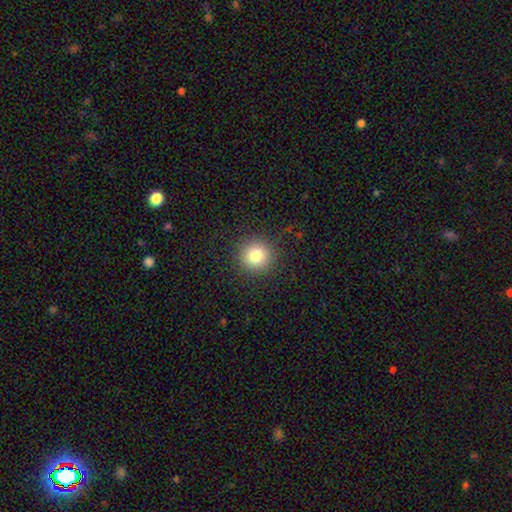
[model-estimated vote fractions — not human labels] This is clearly a smooth galaxy (81%). How rounded: clearly round (94%). Merging: clearly none (90%).